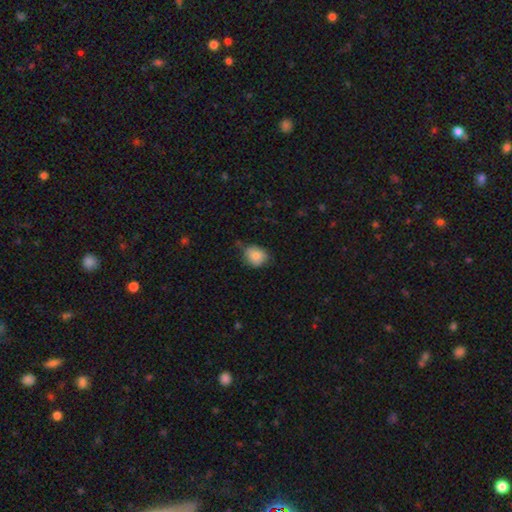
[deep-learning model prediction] smooth_or_featured: smooth (p=0.81) [alt: featured or disk p=0.12]
how_rounded: round (p=0.56) [alt: in between p=0.43]
merging: none (p=0.61) [alt: minor disturbance p=0.31]